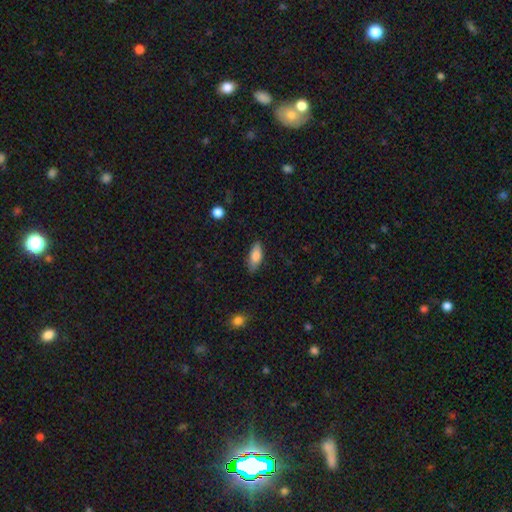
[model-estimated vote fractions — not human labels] smooth-or-featured: smooth: 80% | featured or disk: 13% | star or artifact: 7%
  how-rounded: in between: 77% | cigar-shaped: 20% | round: 2%
  merging: none: 83% | minor disturbance: 13% | major disturbance: 2% | merger: 1%